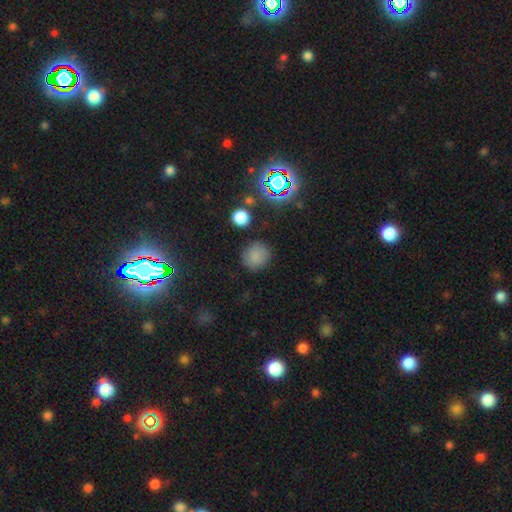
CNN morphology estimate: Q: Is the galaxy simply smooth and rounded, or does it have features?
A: smooth — 79%.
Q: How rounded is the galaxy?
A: round — 86%.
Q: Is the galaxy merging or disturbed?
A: none — 82%.